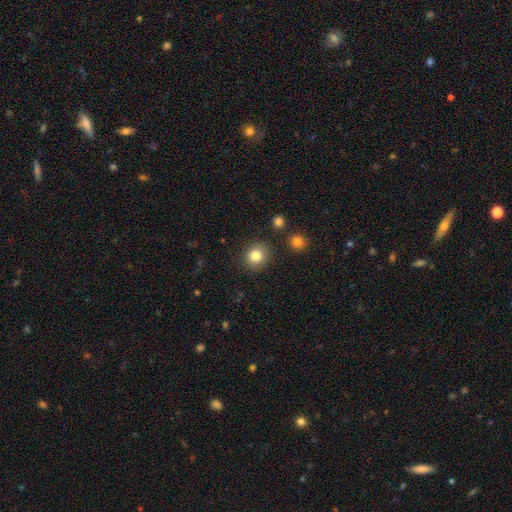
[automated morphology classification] smooth-or-featured: smooth: 83% | star or artifact: 10% | featured or disk: 7%
  how-rounded: round: 84% | in between: 15% | cigar-shaped: 1%
  merging: none: 87% | minor disturbance: 7% | merger: 3% | major disturbance: 3%